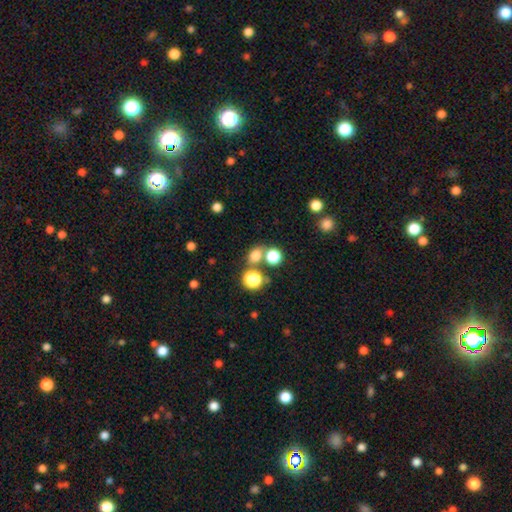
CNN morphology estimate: smooth_or_featured: smooth (p=0.73) [alt: star or artifact p=0.19]
how_rounded: round (p=0.62) [alt: in between p=0.36]
merging: none (p=0.60) [alt: merger p=0.25]